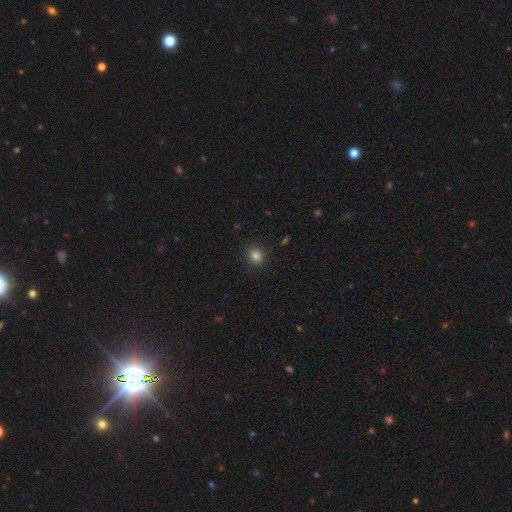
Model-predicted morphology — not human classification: Overall: smooth (82%). How rounded: round (87%). Merging: none (90%).